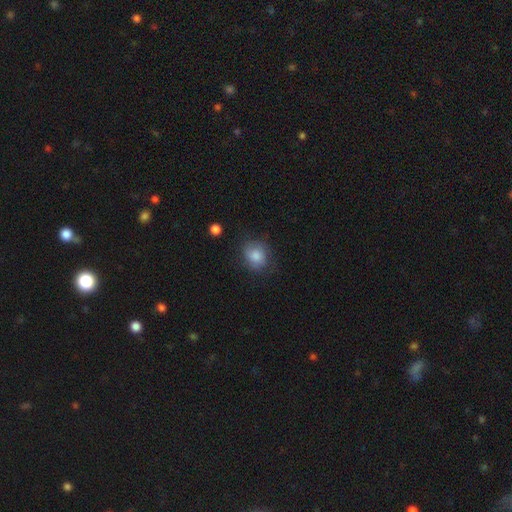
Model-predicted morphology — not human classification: Smooth or featured? smooth (79%)
How rounded? round (66%)
Merging? none (70%)